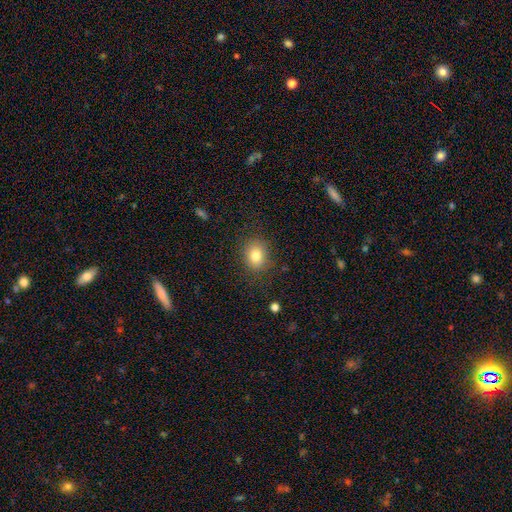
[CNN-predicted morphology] smooth_or_featured: smooth (p=0.81) [alt: star or artifact p=0.11]
how_rounded: round (p=0.55) [alt: in between p=0.44]
merging: none (p=0.83) [alt: minor disturbance p=0.12]